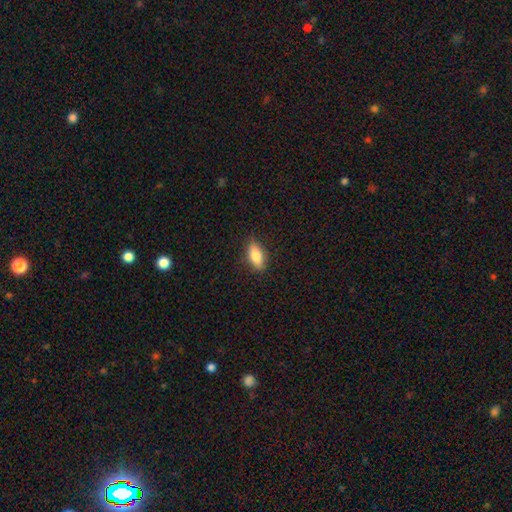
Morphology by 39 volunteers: This is clearly a smooth galaxy (82%). How rounded: likely in between (78%). Merging: likely none (74%).